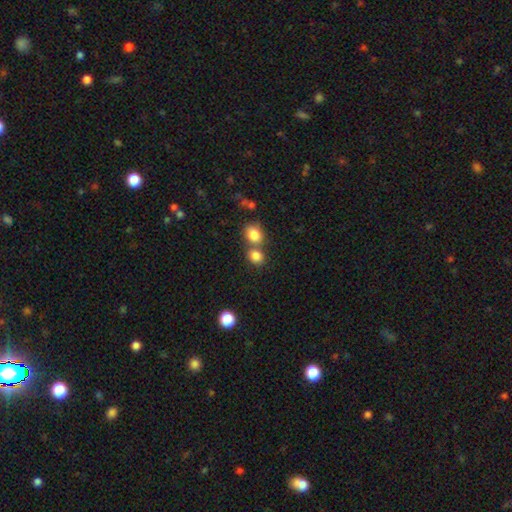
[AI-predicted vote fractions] The model was most divided on "merging": none: 48%, merger: 41%, minor disturbance: 8%, major disturbance: 3%. More confident: smooth or featured — smooth (82%); how rounded — round (62%).